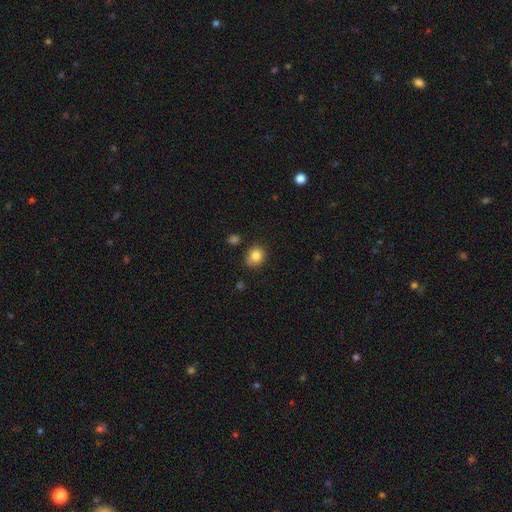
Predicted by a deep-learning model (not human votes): smooth-or-featured: smooth: 84% | star or artifact: 10% | featured or disk: 6%
  how-rounded: round: 62% | in between: 37% | cigar-shaped: 1%
  merging: none: 77% | minor disturbance: 17% | major disturbance: 3% | merger: 3%